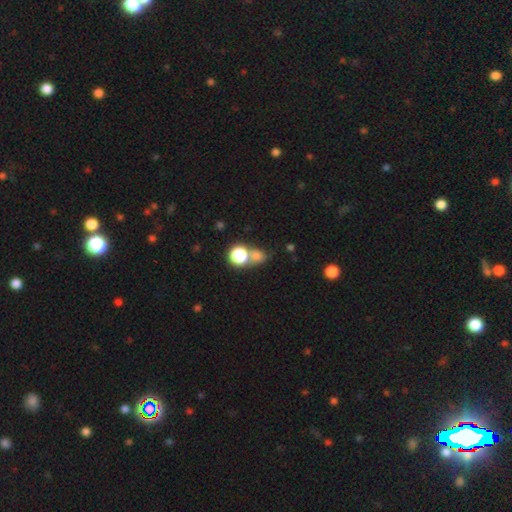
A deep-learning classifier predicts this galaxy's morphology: type=smooth (71%); roundness=round (68%); merging=none (50%).